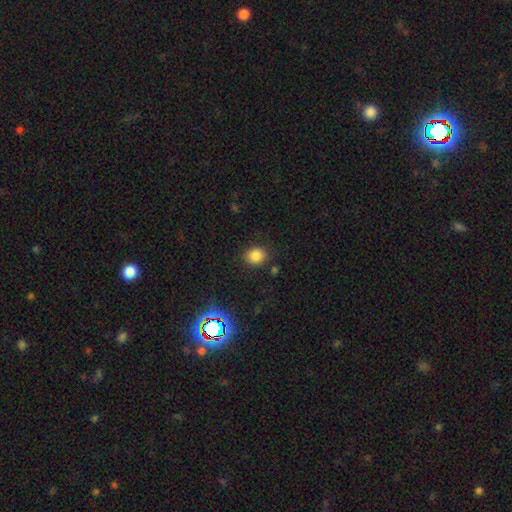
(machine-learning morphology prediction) A smooth galaxy with no disk features (82%) that is round (78%).

Vote fractions:
- Smooth or featured? smooth: 82% / star or artifact: 14% / featured or disk: 5%
- How rounded? round: 78% / in between: 21% / cigar-shaped: 1%
- Merging? none: 85% / minor disturbance: 9% / major disturbance: 3% / merger: 2%